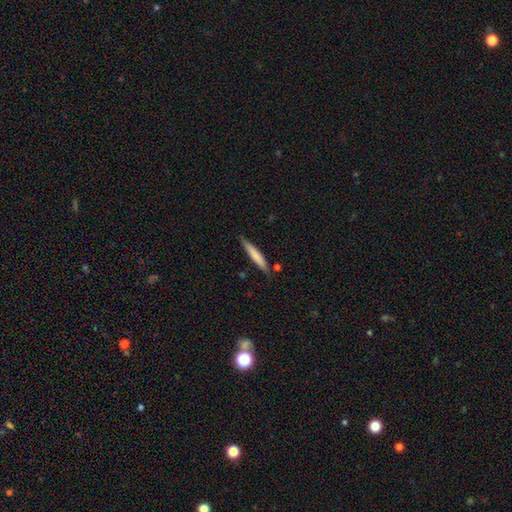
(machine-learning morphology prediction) Smooth or featured? Predicted: smooth (p=0.72). How rounded? Predicted: cigar-shaped (p=0.94). Merging? Predicted: none (p=0.81).